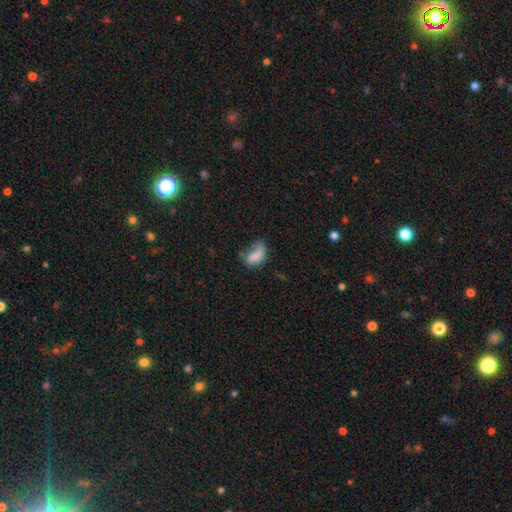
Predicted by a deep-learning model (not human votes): This appears to be a smooth galaxy with no disk features (74%) that is in between round and cigar-shaped (89%). Merging: major disturbance (34%).